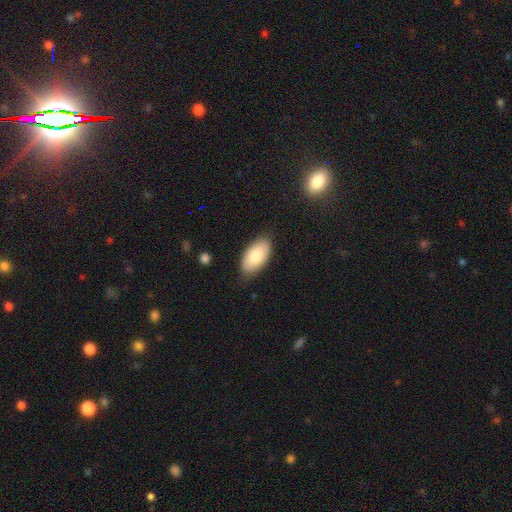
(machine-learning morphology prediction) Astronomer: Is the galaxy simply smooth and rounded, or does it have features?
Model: smooth — 84%.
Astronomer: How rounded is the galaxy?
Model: in between — 95%.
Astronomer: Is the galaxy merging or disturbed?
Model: none — 80%.